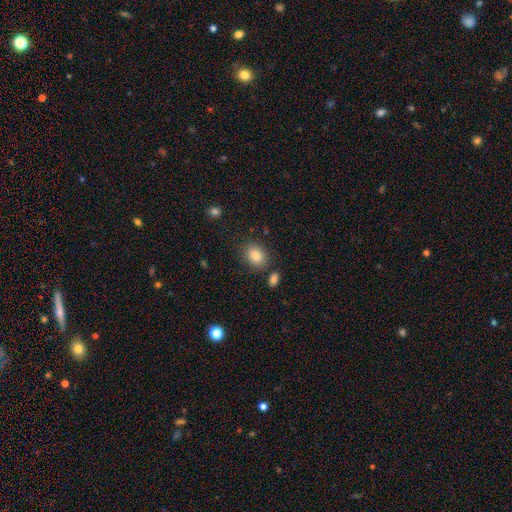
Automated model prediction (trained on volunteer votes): Morphology: type=smooth (83%); roundness=in between (54%); merging=none (79%).